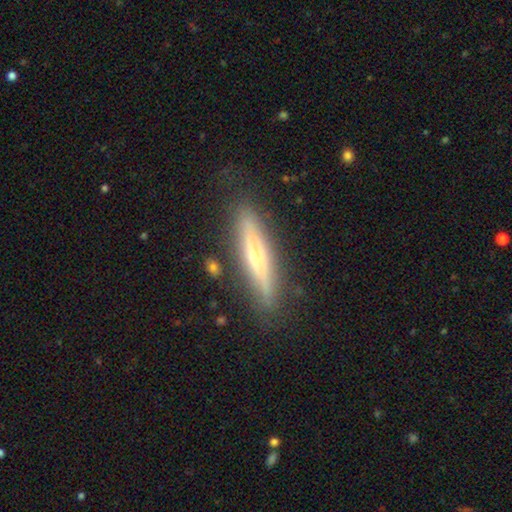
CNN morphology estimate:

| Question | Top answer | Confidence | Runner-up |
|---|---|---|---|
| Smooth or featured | featured or disk | 56% | smooth (37%) |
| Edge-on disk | yes | 89% | no (11%) |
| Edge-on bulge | rounded | 67% | none (25%) |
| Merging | none | 83% | minor disturbance (12%) |